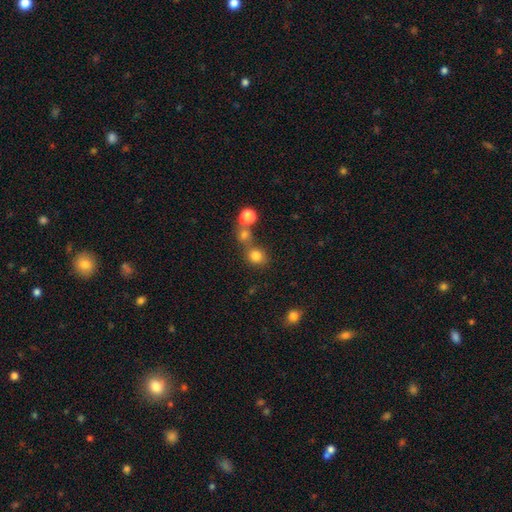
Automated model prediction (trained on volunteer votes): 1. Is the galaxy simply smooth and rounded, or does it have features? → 78% smooth, 15% star or artifact, 7% featured or disk.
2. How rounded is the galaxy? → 82% round, 17% in between, 1% cigar-shaped.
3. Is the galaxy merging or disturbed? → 56% none, 31% merger, 9% minor disturbance, 5% major disturbance.